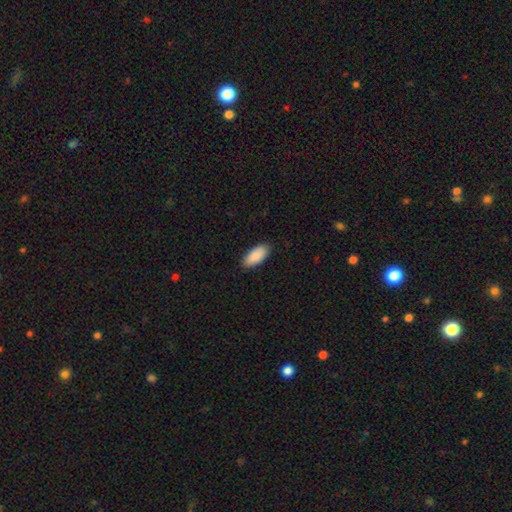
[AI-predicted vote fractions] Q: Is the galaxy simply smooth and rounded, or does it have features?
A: smooth — 91%.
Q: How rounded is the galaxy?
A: in between — 91%.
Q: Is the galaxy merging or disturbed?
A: none — 89%.